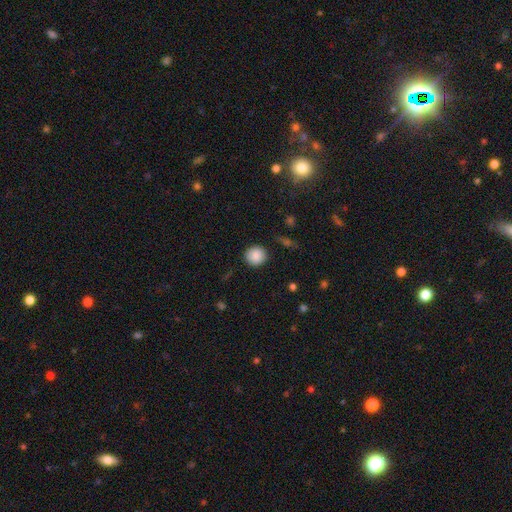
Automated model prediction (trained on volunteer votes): Smooth or featured: smooth — 87% (star or artifact — 8%)
How rounded: round — 90% (in between — 9%)
Merging: none — 89% (minor disturbance — 7%)